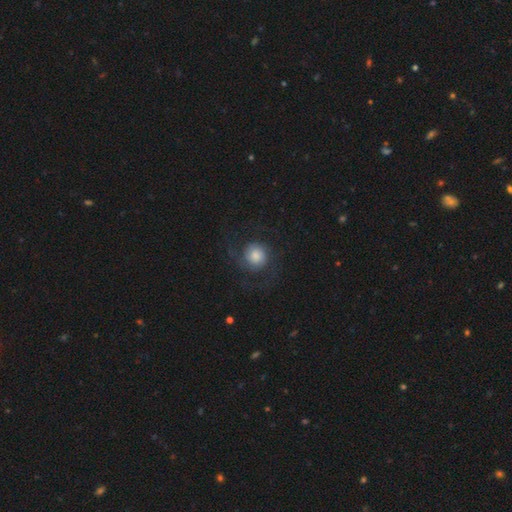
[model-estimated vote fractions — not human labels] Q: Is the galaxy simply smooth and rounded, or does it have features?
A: featured or disk — 56%.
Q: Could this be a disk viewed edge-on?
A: no — 98%.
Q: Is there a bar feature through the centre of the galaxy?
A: no — 74%.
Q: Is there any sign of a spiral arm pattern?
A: yes — 91%.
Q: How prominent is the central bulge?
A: large — 37%.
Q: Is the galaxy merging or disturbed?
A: none — 68%.